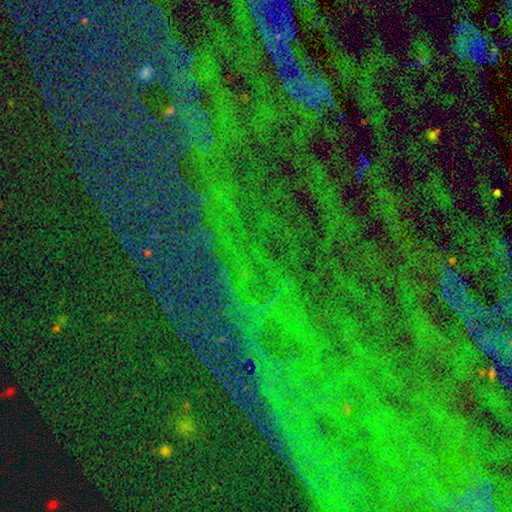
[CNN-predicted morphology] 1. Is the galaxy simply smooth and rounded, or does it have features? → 83% star or artifact, 9% smooth, 8% featured or disk.